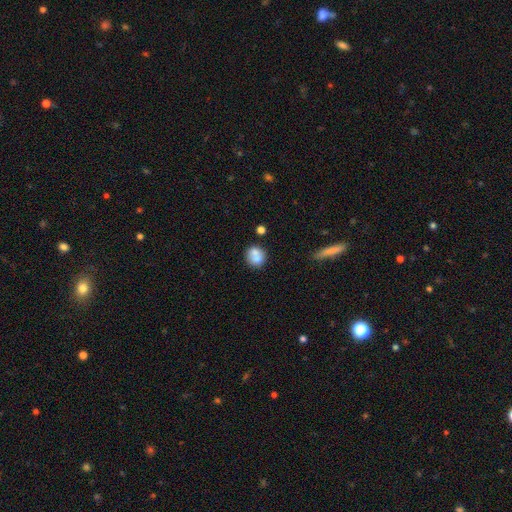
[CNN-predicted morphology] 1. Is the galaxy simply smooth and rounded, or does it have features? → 74% smooth, 17% featured or disk, 9% star or artifact.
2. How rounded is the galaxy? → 80% round, 19% in between, 1% cigar-shaped.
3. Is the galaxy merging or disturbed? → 50% none, 33% merger, 12% minor disturbance, 4% major disturbance.